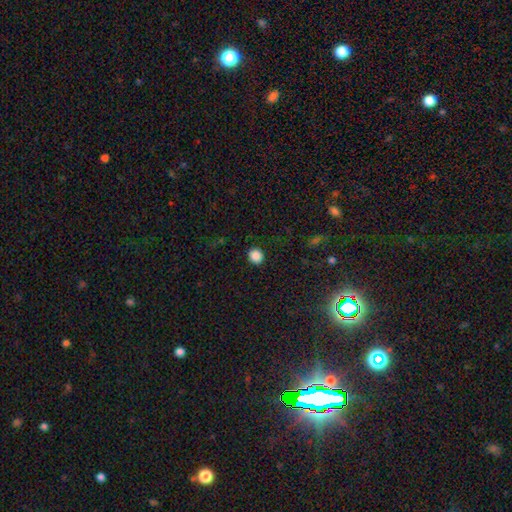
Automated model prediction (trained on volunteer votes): smooth-or-featured: smooth: 87% | star or artifact: 10% | featured or disk: 3%
  how-rounded: round: 84% | in between: 15% | cigar-shaped: 1%
  merging: none: 91% | minor disturbance: 6% | major disturbance: 2% | merger: 1%